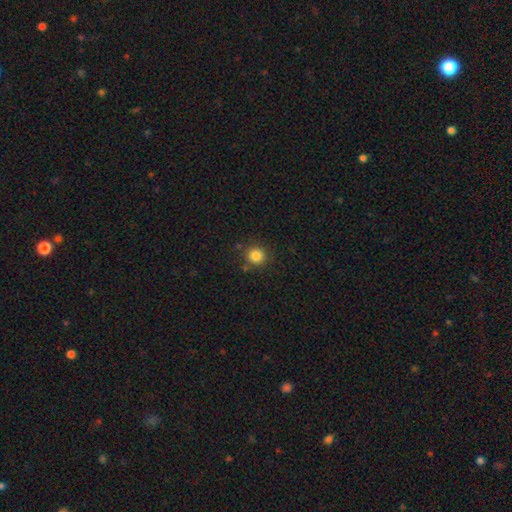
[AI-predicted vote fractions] Smooth or featured? smooth (84%)
How rounded? round (93%)
Merging? none (84%)